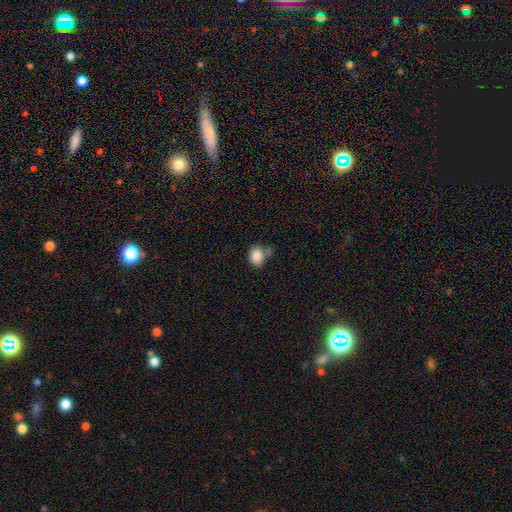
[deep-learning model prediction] smooth_or_featured: smooth (p=0.86) [alt: star or artifact p=0.09]
how_rounded: in between (p=0.53) [alt: round p=0.46]
merging: none (p=0.48) [alt: minor disturbance p=0.22]